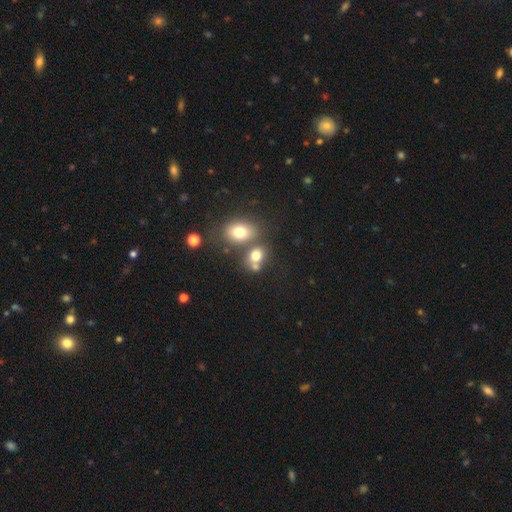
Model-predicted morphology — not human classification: smooth-or-featured: smooth: 74% | featured or disk: 13% | star or artifact: 13%
  how-rounded: in between: 49% (tied) | round: 49% (tied) | cigar-shaped: 1%
  merging: none: 43% | merger: 42% | minor disturbance: 10% | major disturbance: 5%